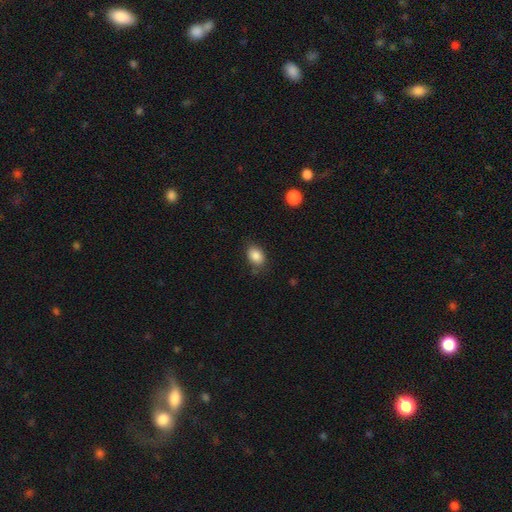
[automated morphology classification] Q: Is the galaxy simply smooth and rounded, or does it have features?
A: smooth — 86%.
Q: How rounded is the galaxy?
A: in between — 74%.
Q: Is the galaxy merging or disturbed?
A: none — 77%.